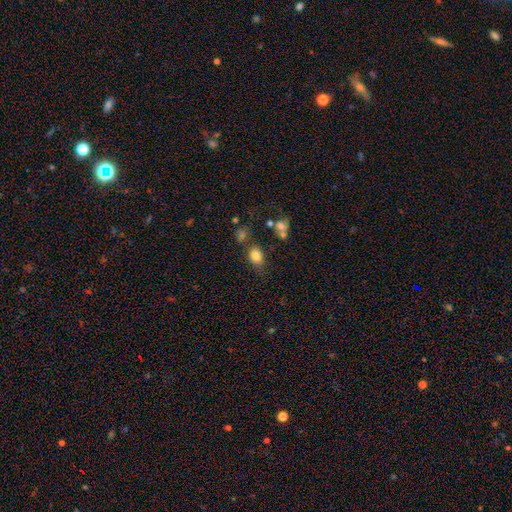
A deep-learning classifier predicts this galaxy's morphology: smooth_or_featured: smooth (p=0.80) [alt: star or artifact p=0.12]
how_rounded: in between (p=0.66) [alt: round p=0.33]
merging: none (p=0.71) [alt: minor disturbance p=0.16]